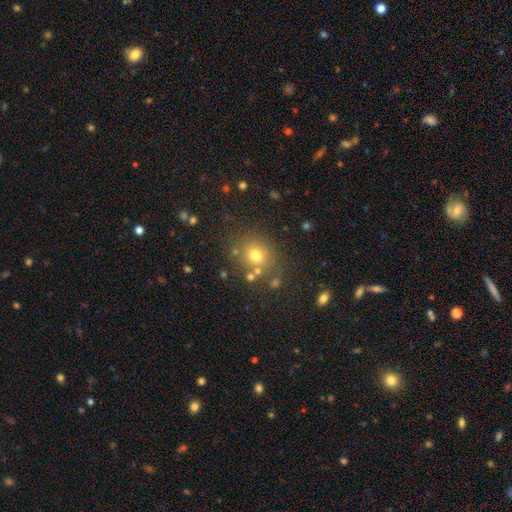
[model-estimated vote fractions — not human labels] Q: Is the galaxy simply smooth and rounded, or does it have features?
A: smooth — 70%.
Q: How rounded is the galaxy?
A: round — 74%.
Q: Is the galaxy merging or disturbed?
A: none — 76%.